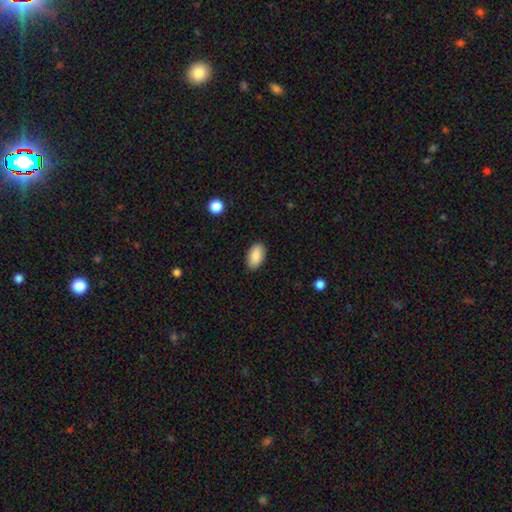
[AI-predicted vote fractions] The model was most divided on "merging": none: 88%, minor disturbance: 9%, major disturbance: 2%, merger: 1%. More confident: how rounded — in between (94%); smooth or featured — smooth (88%).